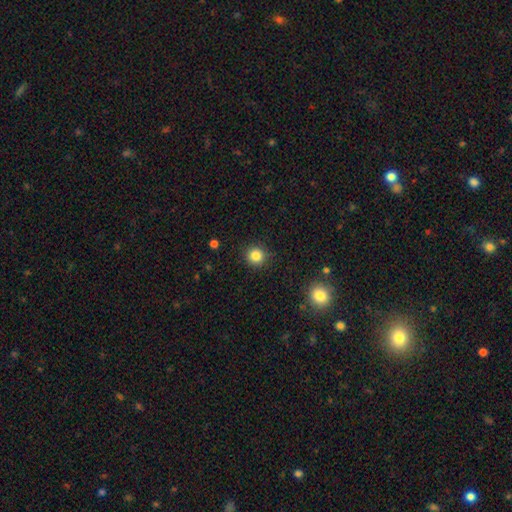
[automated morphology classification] Smooth or featured? Predicted: smooth (p=0.84). How rounded? Predicted: round (p=0.94). Merging? Predicted: none (p=0.91).